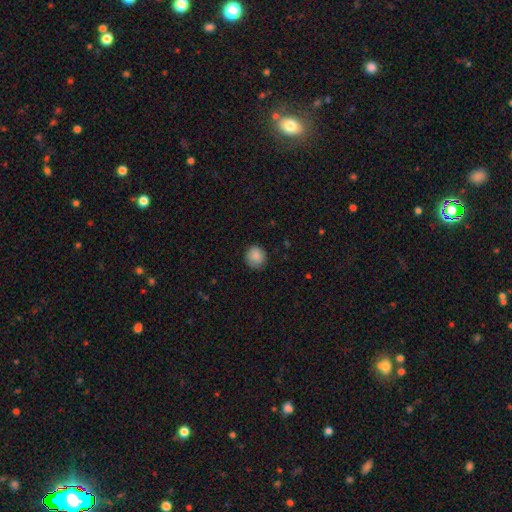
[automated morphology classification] A smooth galaxy with no disk features (87%) that is round (85%). Merging: none (85%).